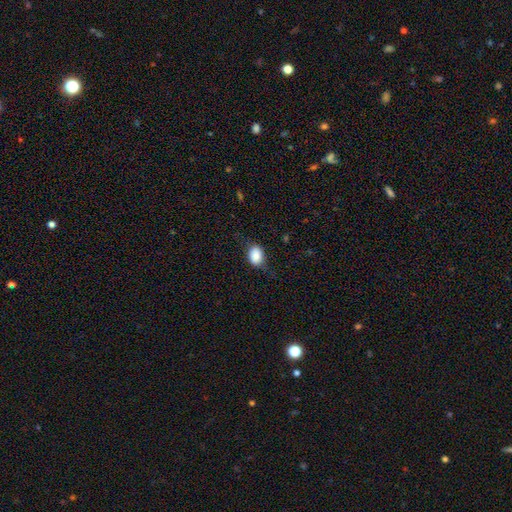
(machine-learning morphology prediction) This appears to be a smooth galaxy with no disk features (86%) that is in between round and cigar-shaped (71%). Merging: none (70%).